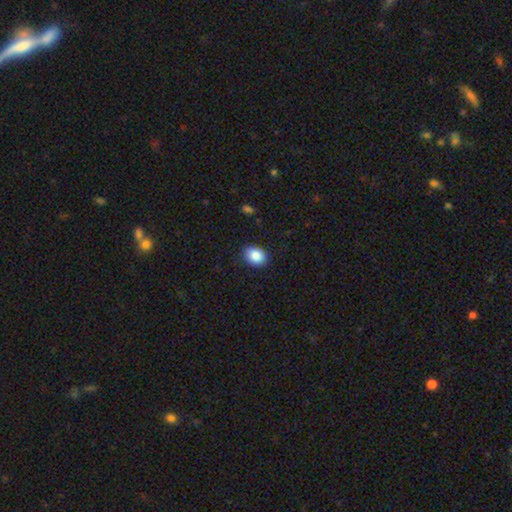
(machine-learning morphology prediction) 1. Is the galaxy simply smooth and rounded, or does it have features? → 88% smooth, 8% star or artifact, 4% featured or disk.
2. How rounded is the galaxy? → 63% in between, 36% round, 1% cigar-shaped.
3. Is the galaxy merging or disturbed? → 88% none, 9% minor disturbance, 2% major disturbance, 1% merger.